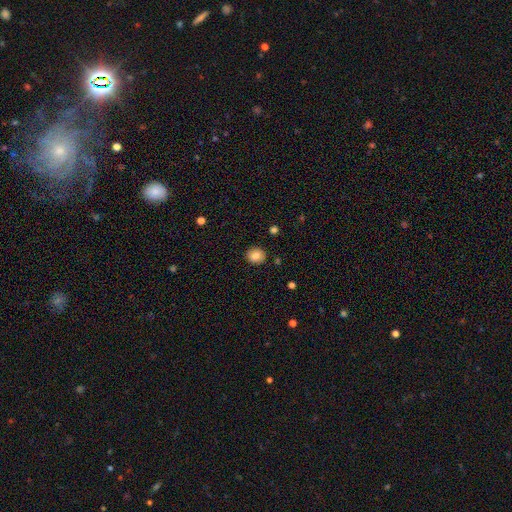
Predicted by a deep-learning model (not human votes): smooth-or-featured: smooth: 81% | featured or disk: 10% | star or artifact: 9%
  how-rounded: round: 78% | in between: 21% | cigar-shaped: 1%
  merging: none: 89% | minor disturbance: 8% | major disturbance: 2% | merger: 1%